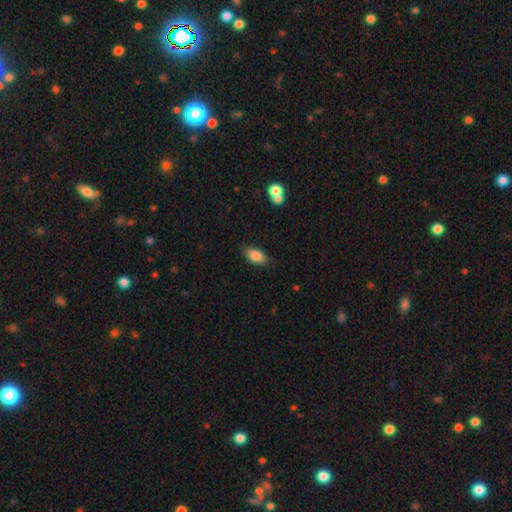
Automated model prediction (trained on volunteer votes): This appears to be a smooth galaxy with no disk features (86%) that is in between round and cigar-shaped (91%). Merging: none (83%).